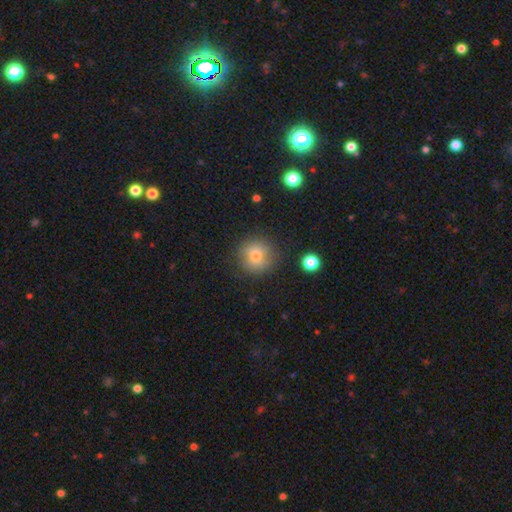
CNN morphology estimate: Smooth or featured: smooth — 74% (featured or disk — 13%)
How rounded: round — 93% (in between — 6%)
Merging: none — 85% (minor disturbance — 10%)